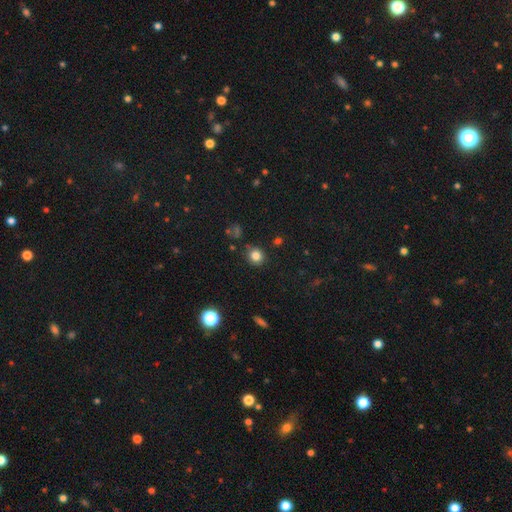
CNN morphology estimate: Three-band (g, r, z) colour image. It shows a smooth galaxy with no disk features (82%) that is round (82%). Merging: none (83%).